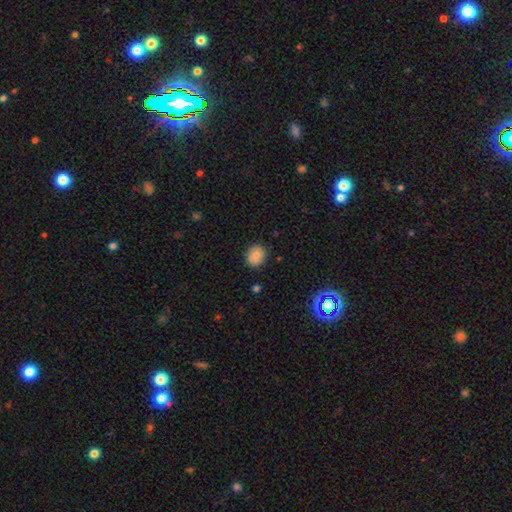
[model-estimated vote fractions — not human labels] smooth-or-featured: smooth: 84% | star or artifact: 9% | featured or disk: 7%
  how-rounded: round: 63% | in between: 36% | cigar-shaped: 1%
  merging: none: 87% | minor disturbance: 9% | major disturbance: 2% | merger: 1%